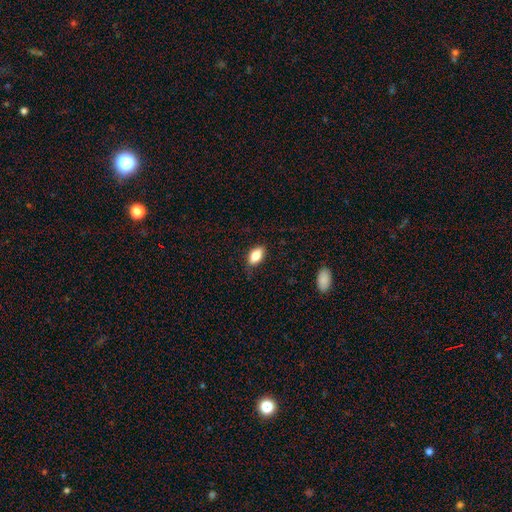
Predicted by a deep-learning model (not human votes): Q: Smooth or featured?
A: smooth (82%); runner-up: featured or disk (10%)
Q: How rounded?
A: in between (90%); runner-up: round (6%)
Q: Merging?
A: none (81%); runner-up: minor disturbance (15%)